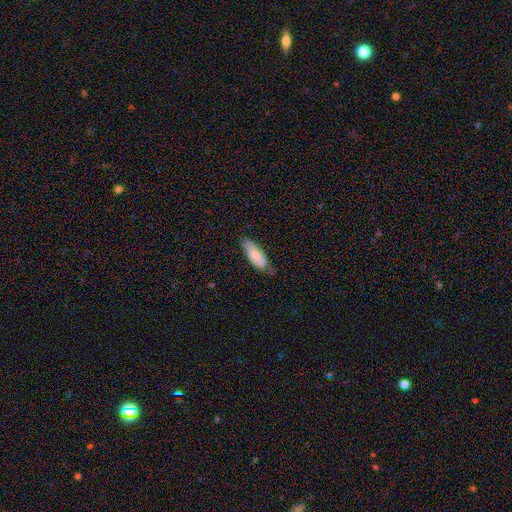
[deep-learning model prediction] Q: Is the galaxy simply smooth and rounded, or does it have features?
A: smooth — 77%.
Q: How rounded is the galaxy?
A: in between — 71%.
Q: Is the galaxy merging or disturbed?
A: none — 63%.